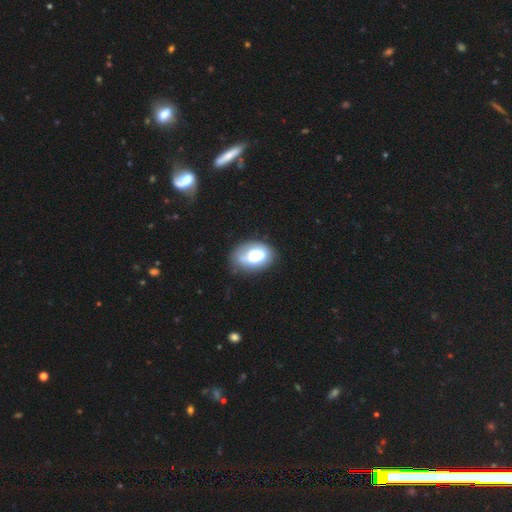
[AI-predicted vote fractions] Q: Smooth or featured?
A: smooth (59%); runner-up: featured or disk (32%)
Q: How rounded?
A: in between (86%); runner-up: round (13%)
Q: Merging?
A: none (51%); runner-up: minor disturbance (28%)